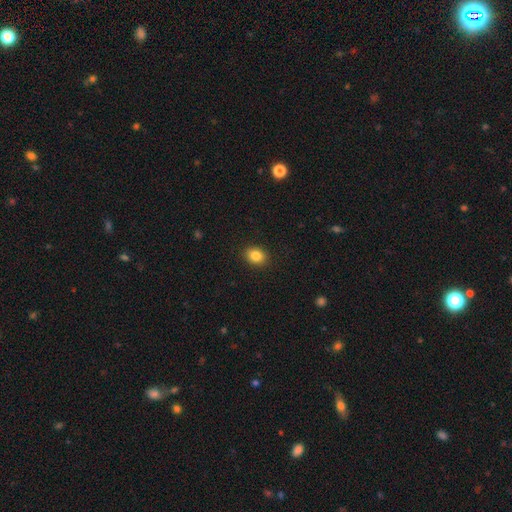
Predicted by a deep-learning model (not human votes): A smooth galaxy with no disk features (85%) that is in between round and cigar-shaped (53%). Merging: none (90%).